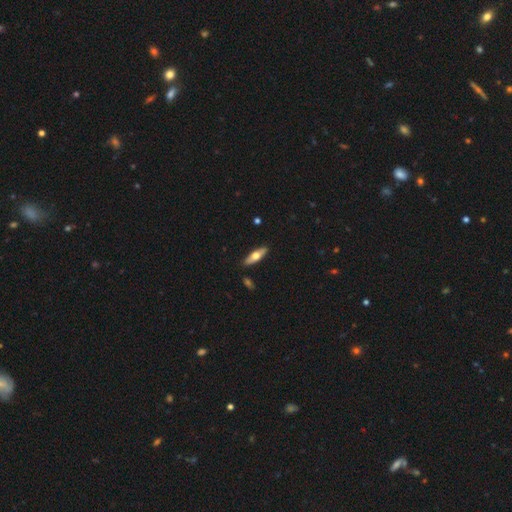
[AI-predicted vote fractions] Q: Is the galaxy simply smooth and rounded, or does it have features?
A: smooth — 49%.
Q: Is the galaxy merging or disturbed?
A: none — 89%.